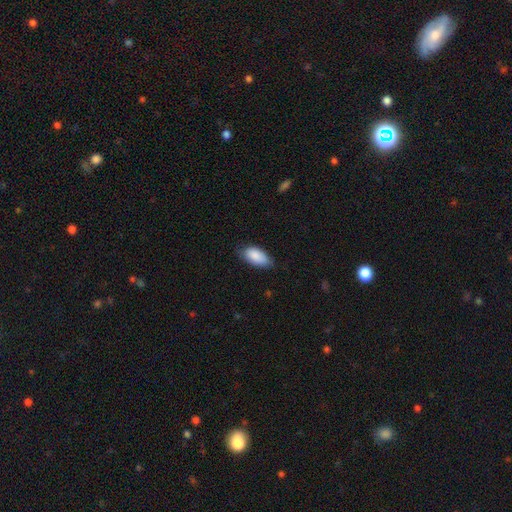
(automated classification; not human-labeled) Overall: smooth (88%). How rounded: in between (93%). Merging: none (70%).